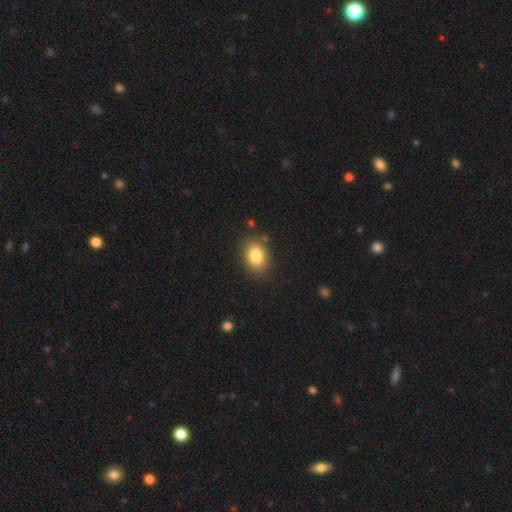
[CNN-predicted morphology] Smooth or featured: smooth — 83% (star or artifact — 9%)
How rounded: in between — 74% (round — 24%)
Merging: none — 85% (minor disturbance — 11%)